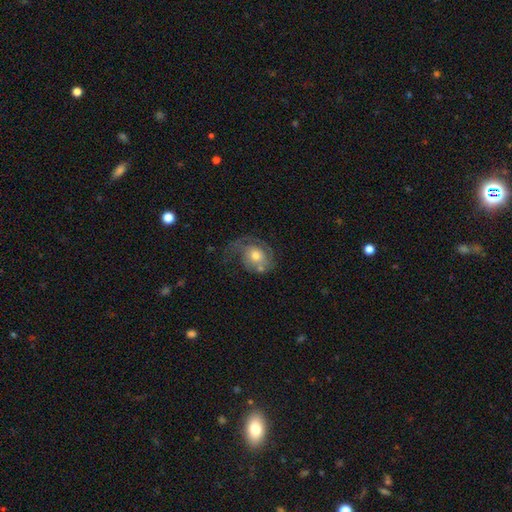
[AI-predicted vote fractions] This is likely a featured or disk galaxy (64%). It is clearly not viewed edge-on (97%). Bar: likely no (79%). Spiral arm pattern: clearly yes (81%). Spiral arm count: marginally 1 (37%, tied with 2). Spiral winding: marginally medium (37%). Central bulge: likely moderate (68%). Merging: marginally none (38%).